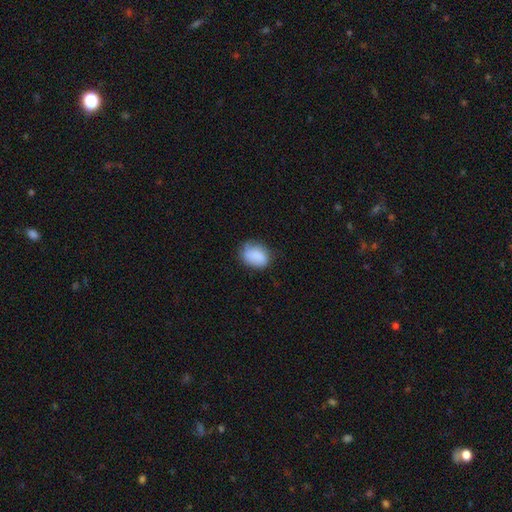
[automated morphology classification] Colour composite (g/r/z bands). It shows a smooth galaxy with no disk features (83%) that is in between round and cigar-shaped (69%). Merging: none (60%).